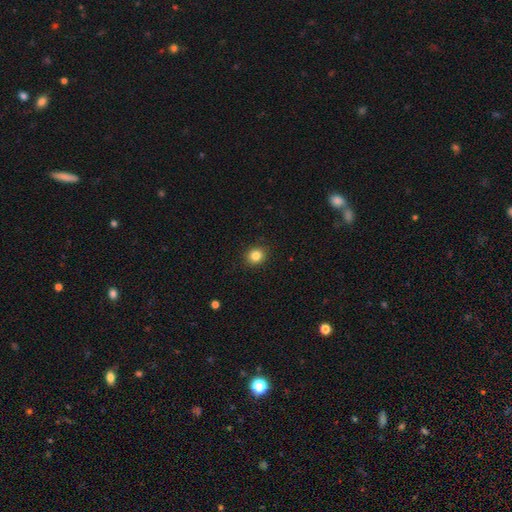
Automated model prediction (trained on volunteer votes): Overall: smooth (84%). How rounded: round (79%). Merging: none (91%).